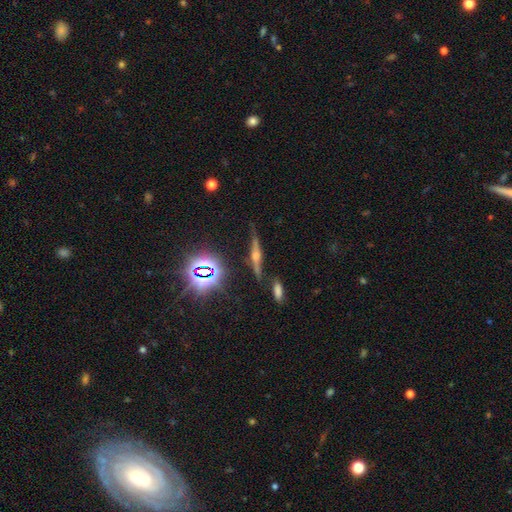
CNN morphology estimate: This appears to be a featured or disk galaxy (58%) viewed edge-on (92%) with a rounded central bulge (90%). Merging: none (78%).